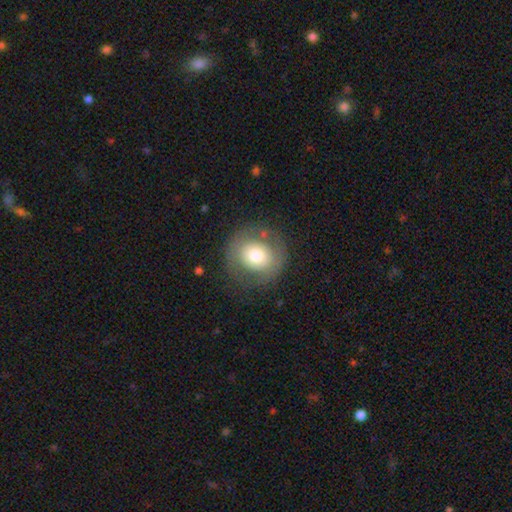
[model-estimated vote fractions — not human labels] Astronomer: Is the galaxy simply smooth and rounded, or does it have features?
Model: smooth — 65%.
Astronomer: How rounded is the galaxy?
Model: round — 90%.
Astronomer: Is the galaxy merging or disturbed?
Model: none — 79%.